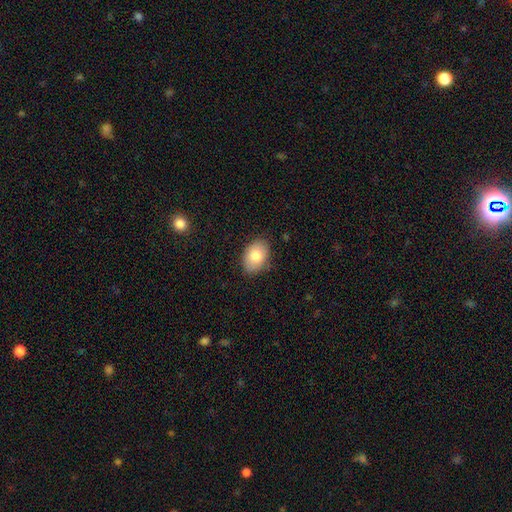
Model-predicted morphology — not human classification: A smooth galaxy with no disk features (81%) that is in between round and cigar-shaped (83%).

Vote fractions:
- Smooth or featured? smooth: 81% / featured or disk: 12% / star or artifact: 7%
- How rounded? in between: 83% / round: 16% / cigar-shaped: 1%
- Merging? none: 83% / minor disturbance: 13% / major disturbance: 3% / merger: 1%